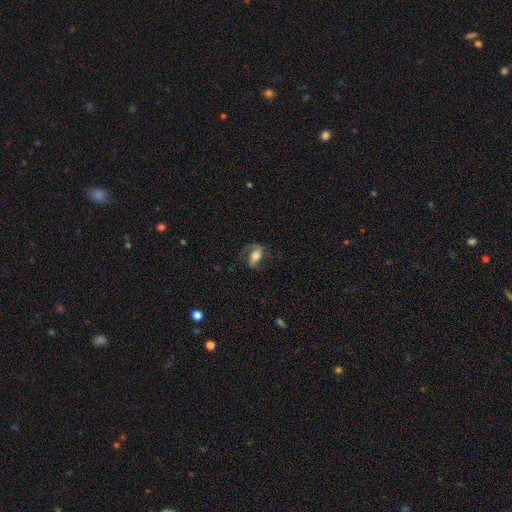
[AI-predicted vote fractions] The model was most divided on "smooth or featured": featured or disk: 53%, smooth: 40%, star or artifact: 7%. More confident: edge-on disk — no (85%); merging — none (55%).